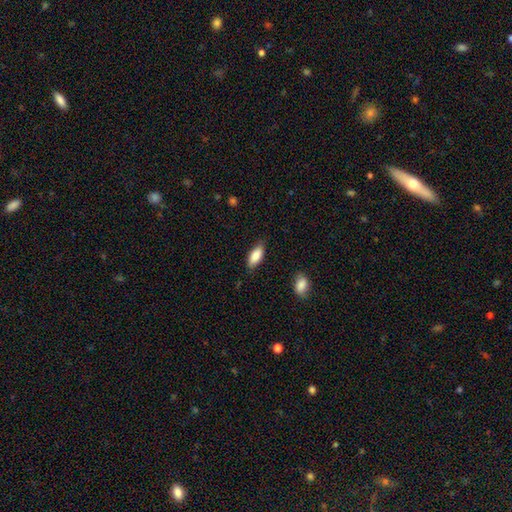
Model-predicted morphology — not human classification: smooth-or-featured: smooth: 83% | featured or disk: 10% | star or artifact: 6%
  how-rounded: in between: 83% | cigar-shaped: 15% | round: 2%
  merging: none: 80% | minor disturbance: 16% | major disturbance: 3% | merger: 2%